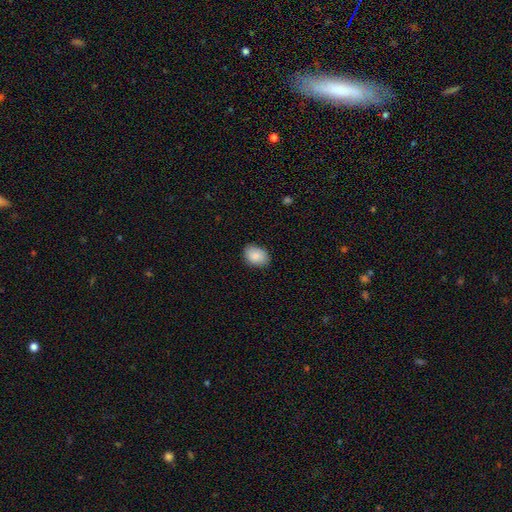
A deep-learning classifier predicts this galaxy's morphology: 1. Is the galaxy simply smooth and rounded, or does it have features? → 86% smooth, 7% star or artifact, 7% featured or disk.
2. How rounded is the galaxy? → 77% in between, 22% round, 1% cigar-shaped.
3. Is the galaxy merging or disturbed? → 84% none, 13% minor disturbance, 2% major disturbance, 1% merger.